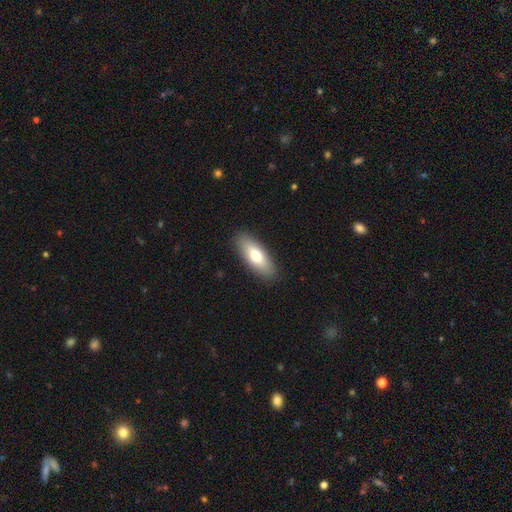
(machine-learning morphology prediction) Q: Smooth or featured?
A: smooth (73%); runner-up: featured or disk (21%)
Q: How rounded?
A: in between (73%); runner-up: cigar-shaped (25%)
Q: Merging?
A: none (89%); runner-up: minor disturbance (8%)